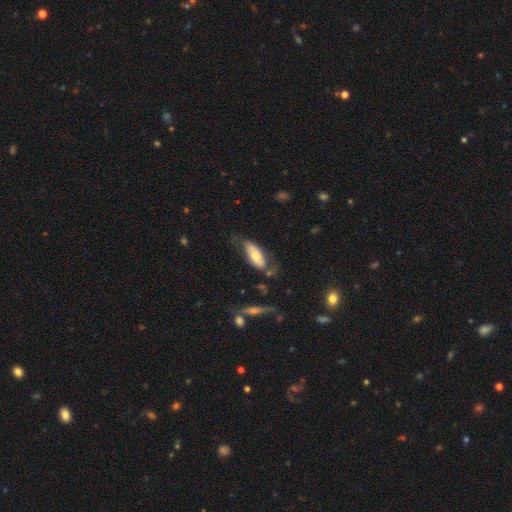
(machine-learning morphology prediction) Smooth or featured?
  - smooth: 61% *
  - featured or disk: 33%
  - star or artifact: 6%
How rounded?
  - in between: 77% *
  - cigar-shaped: 21%
  - round: 2%
Merging?
  - none: 58% *
  - minor disturbance: 24%
  - major disturbance: 13%
  - merger: 5%